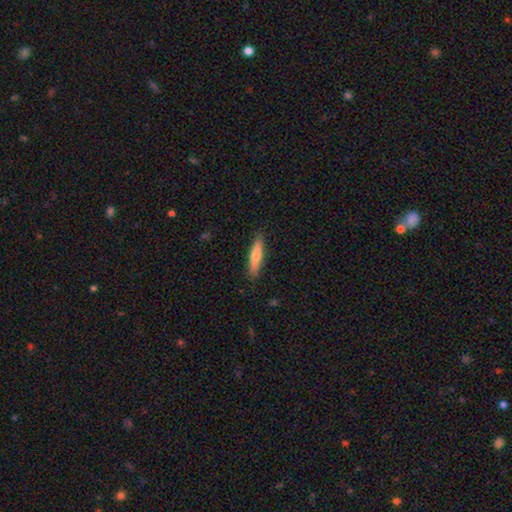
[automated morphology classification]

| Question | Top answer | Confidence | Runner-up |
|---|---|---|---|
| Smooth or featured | smooth | 63% | featured or disk (31%) |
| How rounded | cigar-shaped | 82% | in between (16%) |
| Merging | none | 89% | minor disturbance (8%) |